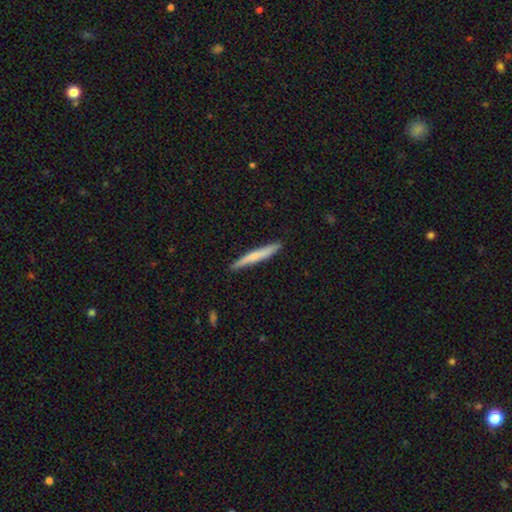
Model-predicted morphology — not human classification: This is possibly a smooth galaxy (59%). How rounded: clearly cigar-shaped (96%). Merging: clearly none (90%).